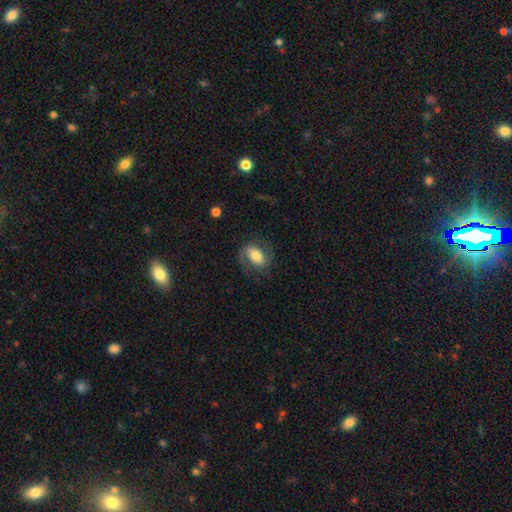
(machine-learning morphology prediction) The model was most divided on "smooth or featured": smooth: 47%, featured or disk: 46%, star or artifact: 8%. More confident: merging — none (66%).